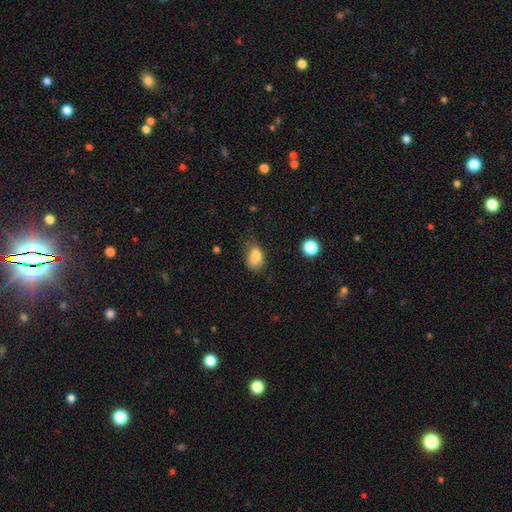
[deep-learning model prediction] Morphology: type=smooth (83%); roundness=in between (81%); merging=none (50%).